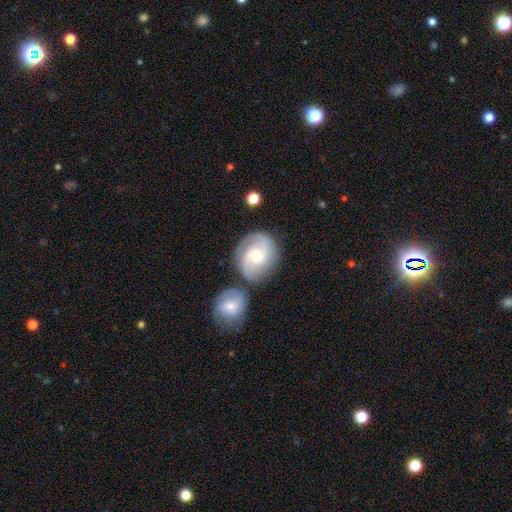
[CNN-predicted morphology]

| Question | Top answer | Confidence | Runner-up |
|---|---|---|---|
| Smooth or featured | featured or disk | 77% | smooth (17%) |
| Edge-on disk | no | 97% | yes (3%) |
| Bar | no | 58% | weak (35%) |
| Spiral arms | yes | 95% | no (5%) |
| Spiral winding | medium | 48% | tight (37%) |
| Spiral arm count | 2 | 64% | 3 (18%) |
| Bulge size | moderate | 60% | small (35%) |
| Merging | none | 66% | merger (17%) |